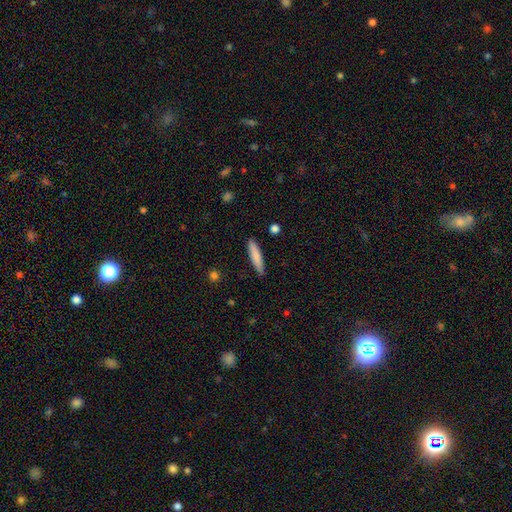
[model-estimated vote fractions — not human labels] This is likely a smooth galaxy (79%). How rounded: clearly cigar-shaped (86%). Merging: clearly none (88%).